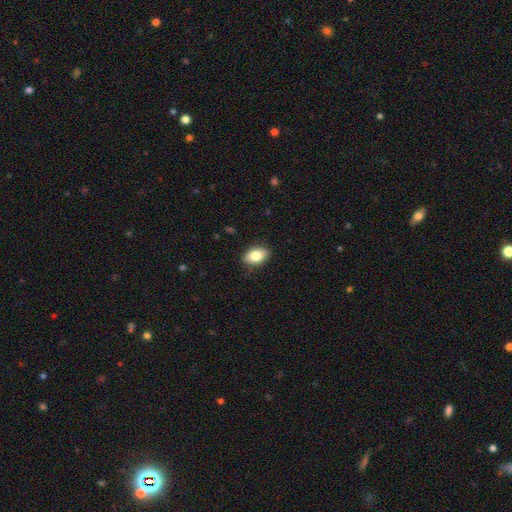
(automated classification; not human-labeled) Smooth or featured: smooth — 81% (featured or disk — 11%)
How rounded: in between — 89% (round — 9%)
Merging: none — 86% (minor disturbance — 10%)